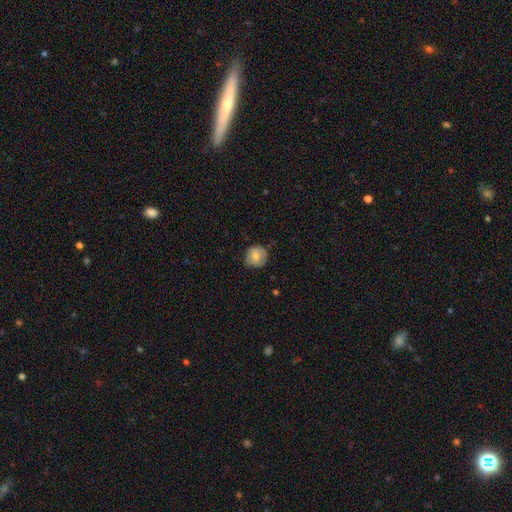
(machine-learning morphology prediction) Smooth or featured?
  - smooth: 75% *
  - featured or disk: 17%
  - star or artifact: 8%
How rounded?
  - round: 88% *
  - in between: 11%
  - cigar-shaped: 1%
Merging?
  - none: 76% *
  - minor disturbance: 20%
  - major disturbance: 3%
  - merger: 1%